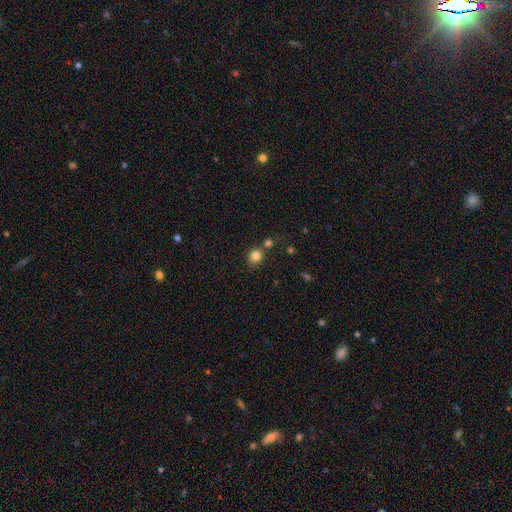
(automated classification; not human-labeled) The model was most divided on "merging": none: 69%, merger: 16%, minor disturbance: 11%, major disturbance: 4%. More confident: smooth or featured — smooth (82%); how rounded — round (81%).